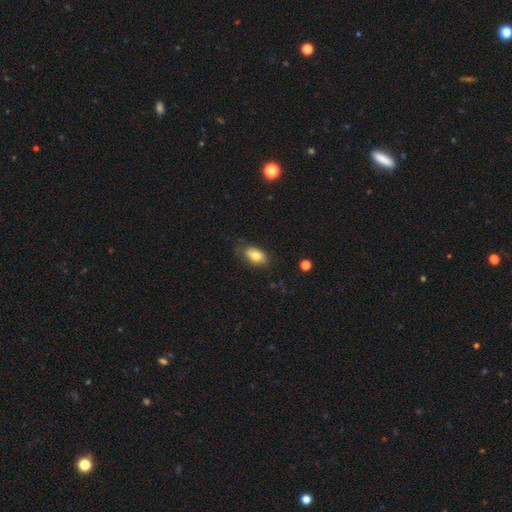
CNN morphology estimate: Smooth or featured: smooth — 76% (featured or disk — 16%)
How rounded: in between — 90% (round — 8%)
Merging: none — 70% (minor disturbance — 22%)